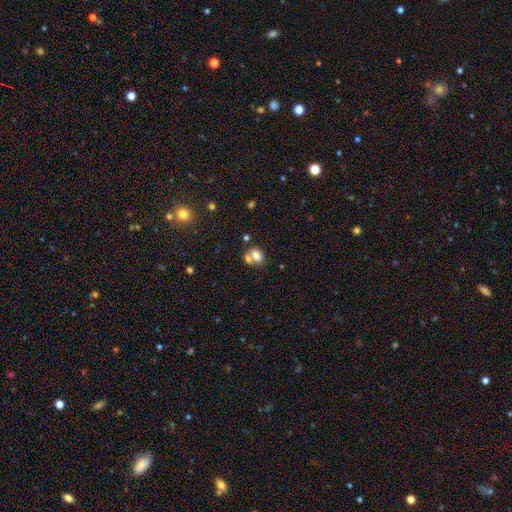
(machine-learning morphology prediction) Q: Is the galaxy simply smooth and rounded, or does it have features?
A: smooth — 76%.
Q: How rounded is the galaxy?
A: in between — 68%.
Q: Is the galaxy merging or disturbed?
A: merger — 48%.